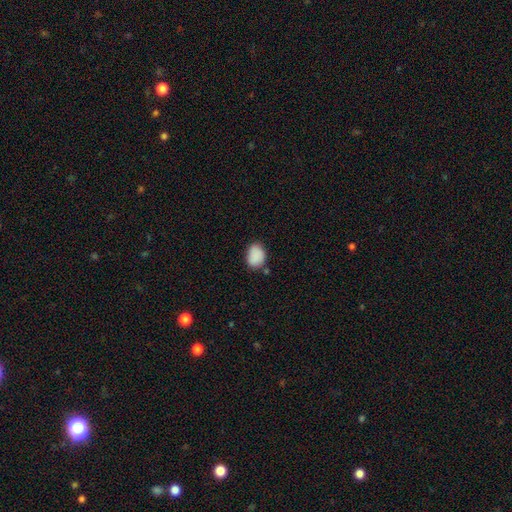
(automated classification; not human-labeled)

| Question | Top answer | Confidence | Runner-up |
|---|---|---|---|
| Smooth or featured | smooth | 88% | star or artifact (8%) |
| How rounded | in between | 70% | round (29%) |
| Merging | none | 69% | minor disturbance (22%) |